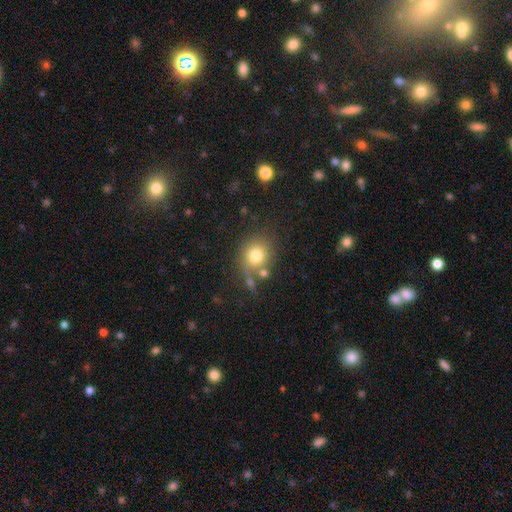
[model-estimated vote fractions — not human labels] A smooth galaxy with no disk features (77%) that is round (76%).

Vote fractions:
- Smooth or featured? smooth: 77% / star or artifact: 12% / featured or disk: 11%
- How rounded? round: 76% / in between: 23% / cigar-shaped: 1%
- Merging? none: 64% / merger: 15% / minor disturbance: 14% / major disturbance: 7%